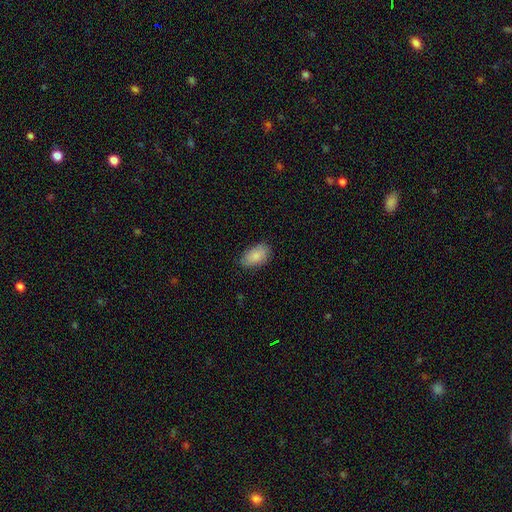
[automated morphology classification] smooth-or-featured: smooth: 85% | featured or disk: 9% | star or artifact: 6%
  how-rounded: in between: 93% | round: 5% | cigar-shaped: 2%
  merging: none: 80% | minor disturbance: 16% | major disturbance: 3% | merger: 1%